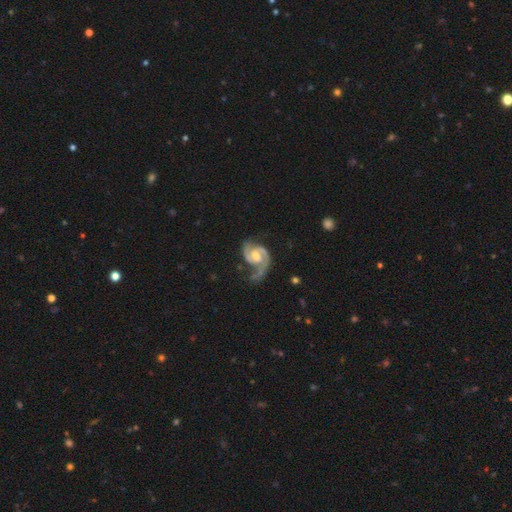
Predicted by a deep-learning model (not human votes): Smooth or featured?
  - featured or disk: 91% *
  - smooth: 5%
  - star or artifact: 4%
Edge-on disk?
  - no: 98% *
  - yes: 2%
Bar?
  - weak: 47% *
  - no: 39%
  - strong: 14%
Spiral arms?
  - yes: 98% *
  - no: 2%
Spiral winding?
  - medium: 54% *
  - tight: 28%
  - loose: 17%
Spiral arm count?
  - 2: 89% *
  - 1: 5%
  - can't tell: 2%
  - 3: 2%
  - 4: 1%
  - more than 4: 1%
Bulge size?
  - moderate: 62% *
  - small: 24%
  - large: 8%
  - none: 5%
  - dominant: 1%
Merging?
  - none: 56% *
  - minor disturbance: 23%
  - major disturbance: 17%
  - merger: 4%